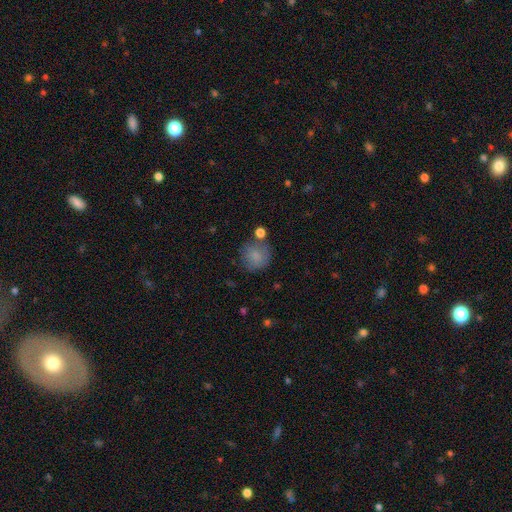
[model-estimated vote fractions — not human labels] A smooth galaxy with no disk features (82%) that is round (88%).

Vote fractions:
- Smooth or featured? smooth: 82% / star or artifact: 9% / featured or disk: 9%
- How rounded? round: 88% / in between: 11% / cigar-shaped: 1%
- Merging? none: 66% / minor disturbance: 17% / merger: 10% / major disturbance: 7%